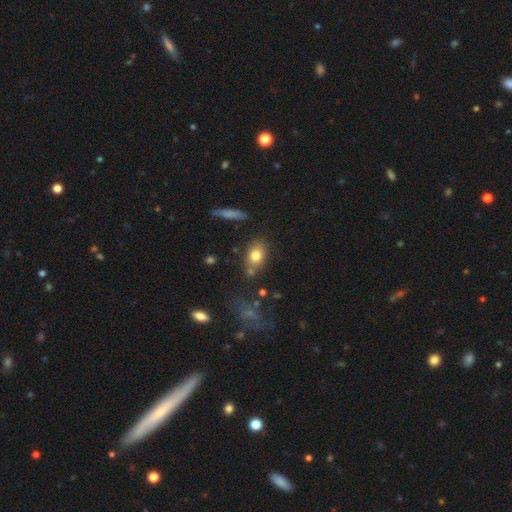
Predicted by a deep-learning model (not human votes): This is likely a smooth galaxy (78%). How rounded: likely in between (72%). Merging: likely none (70%).